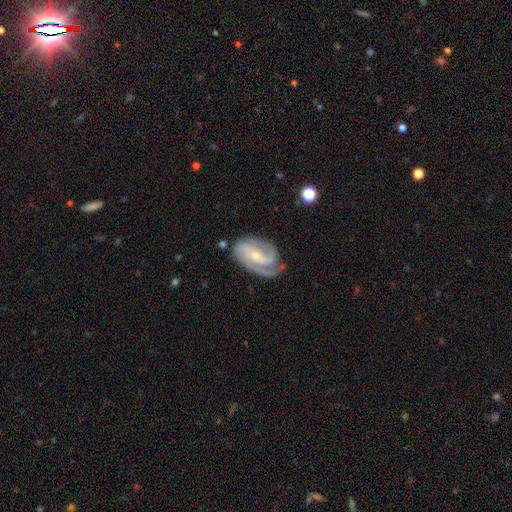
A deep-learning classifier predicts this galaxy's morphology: Smooth or featured: featured or disk — 86% (smooth — 9%)
Edge-on disk: no — 97% (yes — 3%)
Bar: no — 45% (weak — 38%)
Spiral arms: yes — 96% (no — 4%)
Spiral winding: medium — 44% (tight — 39%)
Spiral arm count: 2 — 51% (3 — 18%)
Bulge size: small — 66% (moderate — 31%)
Merging: none — 62% (minor disturbance — 23%)